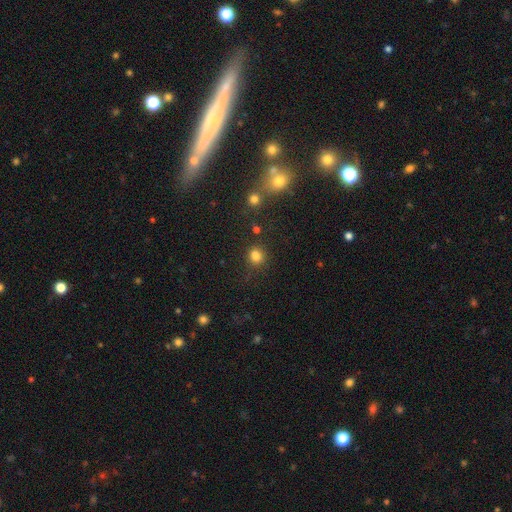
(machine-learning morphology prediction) This is clearly a smooth galaxy (81%). How rounded: likely round (78%). Merging: likely none (76%).